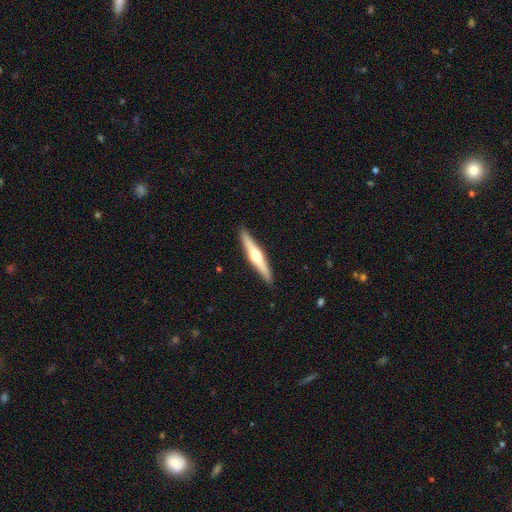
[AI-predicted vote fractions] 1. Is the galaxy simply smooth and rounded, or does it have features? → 65% featured or disk, 30% smooth, 5% star or artifact.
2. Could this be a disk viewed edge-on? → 97% yes, 3% no.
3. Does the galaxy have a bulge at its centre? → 94% rounded, 4% none, 3% boxy.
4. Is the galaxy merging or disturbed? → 91% none, 7% minor disturbance, 1% major disturbance, 1% merger.